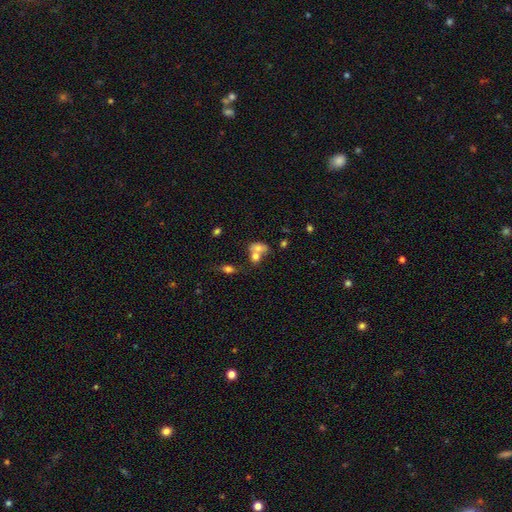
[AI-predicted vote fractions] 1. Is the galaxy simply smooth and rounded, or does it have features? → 67% smooth, 21% featured or disk, 12% star or artifact.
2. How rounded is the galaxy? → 65% in between, 32% round, 3% cigar-shaped.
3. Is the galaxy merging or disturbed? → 60% merger, 25% none, 9% minor disturbance, 6% major disturbance.